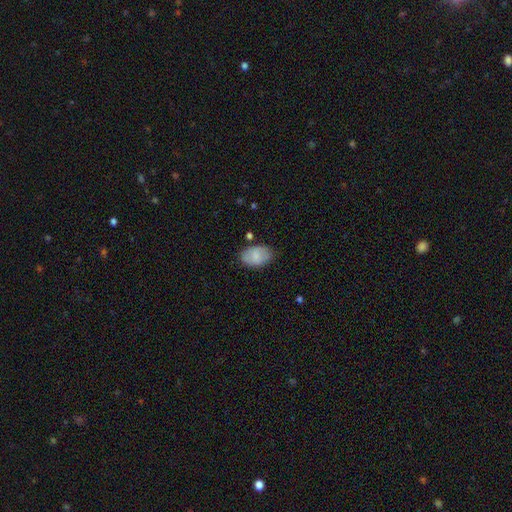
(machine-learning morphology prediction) The model was most divided on "smooth or featured": smooth: 79%, featured or disk: 14%, star or artifact: 7%. More confident: how rounded — in between (90%); merging — none (79%).